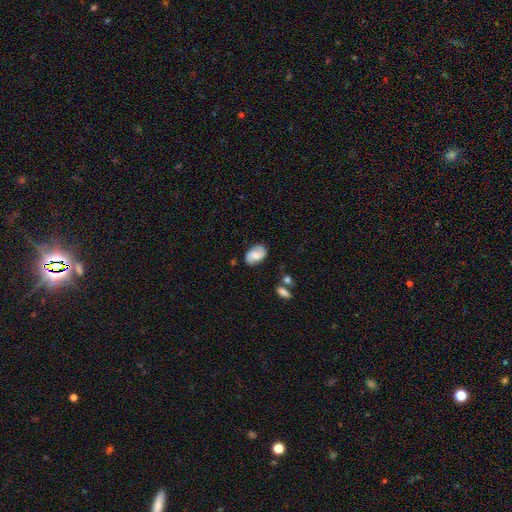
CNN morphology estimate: type=smooth (59%); roundness=in between (90%); merging=none (76%).